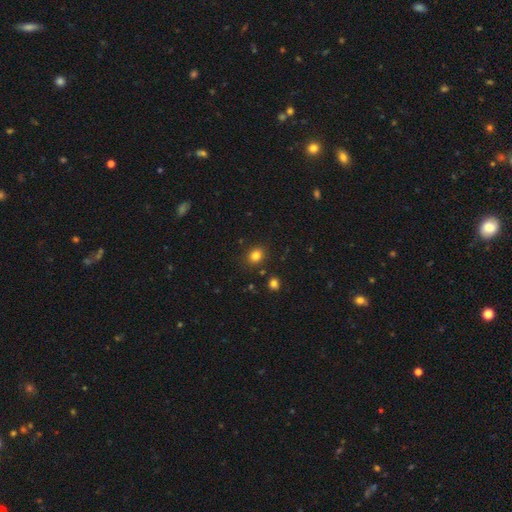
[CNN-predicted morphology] Overall: smooth (82%). How rounded: round (62%; in between 38%). Merging: none (86%).